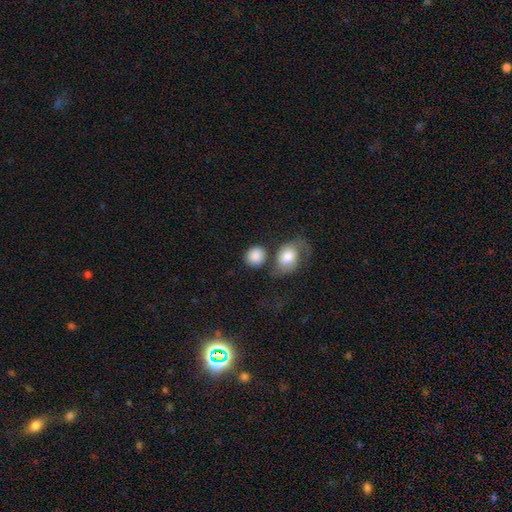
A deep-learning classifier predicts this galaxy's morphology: This appears to be a smooth galaxy with no disk features (86%) that is round (76%). Merging: none (58%).